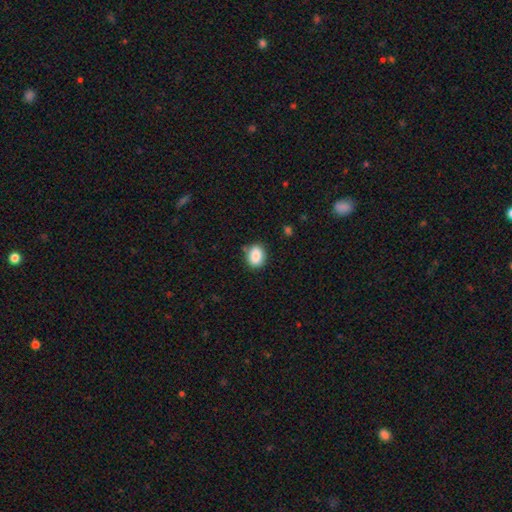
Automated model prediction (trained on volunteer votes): A smooth galaxy with no disk features (86%) that is in between round and cigar-shaped (64%).

Vote fractions:
- Smooth or featured? smooth: 86% / star or artifact: 8% / featured or disk: 6%
- How rounded? in between: 64% / round: 35% / cigar-shaped: 2%
- Merging? none: 81% / minor disturbance: 13% / merger: 3% / major disturbance: 3%